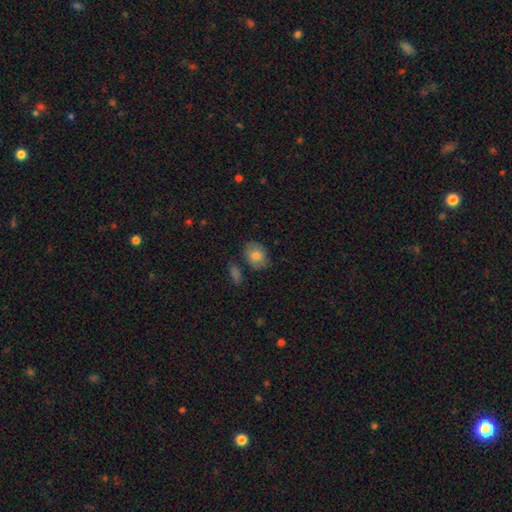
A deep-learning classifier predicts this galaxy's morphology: Smooth or featured? smooth (80%)
How rounded? in between (72%)
Merging? none (73%)